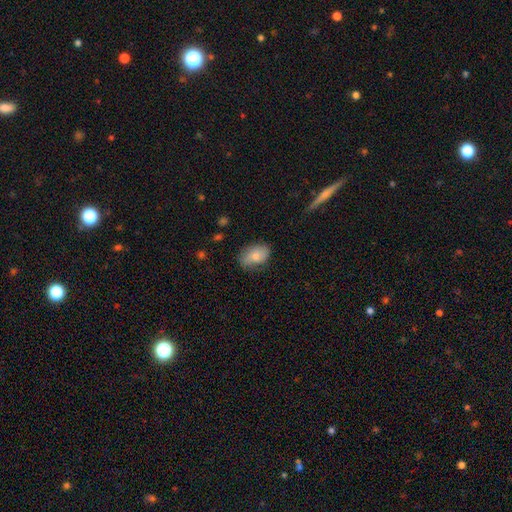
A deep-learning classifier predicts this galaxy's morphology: A smooth galaxy with no disk features (78%) that is in between round and cigar-shaped (86%).

Vote fractions:
- Smooth or featured? smooth: 78% / featured or disk: 15% / star or artifact: 7%
- How rounded? in between: 86% / round: 12% / cigar-shaped: 1%
- Merging? none: 70% / minor disturbance: 23% / major disturbance: 6% / merger: 1%